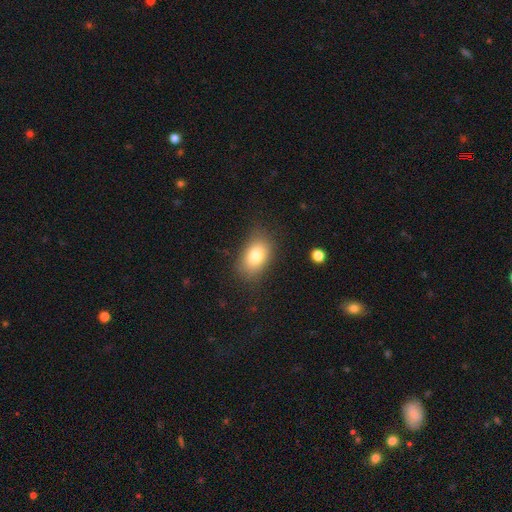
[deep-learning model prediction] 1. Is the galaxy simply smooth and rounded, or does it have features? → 81% smooth, 10% featured or disk, 9% star or artifact.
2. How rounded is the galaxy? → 88% in between, 11% round, 2% cigar-shaped.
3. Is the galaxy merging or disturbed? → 80% none, 14% minor disturbance, 5% major disturbance, 1% merger.